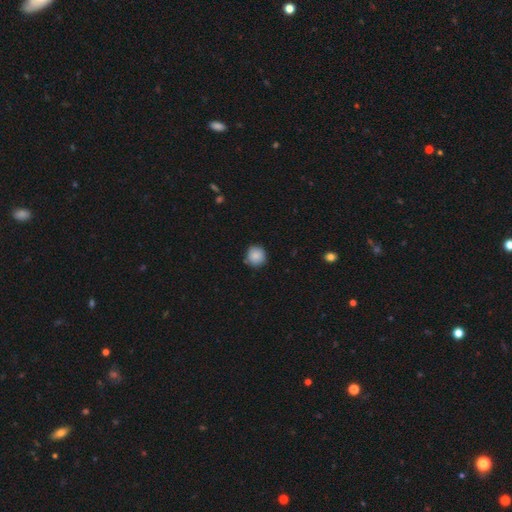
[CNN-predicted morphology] type=smooth (86%); roundness=round (93%); merging=none (82%).